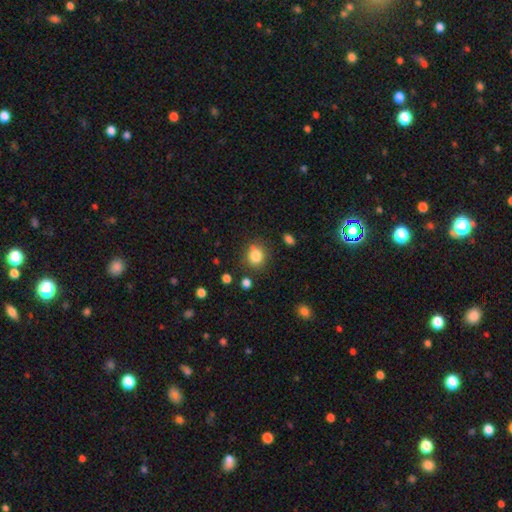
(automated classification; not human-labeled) A smooth galaxy with no disk features (84%) that is round (77%).

Vote fractions:
- Smooth or featured? smooth: 84% / star or artifact: 11% / featured or disk: 6%
- How rounded? round: 77% / in between: 22% / cigar-shaped: 1%
- Merging? none: 78% / minor disturbance: 14% / merger: 4% / major disturbance: 4%